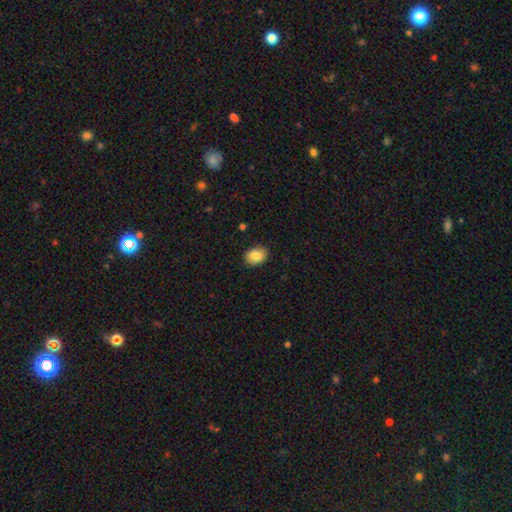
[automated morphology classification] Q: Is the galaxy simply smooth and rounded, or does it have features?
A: smooth — 86%.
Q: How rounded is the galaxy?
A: in between — 65%.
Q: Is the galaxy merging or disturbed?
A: none — 89%.